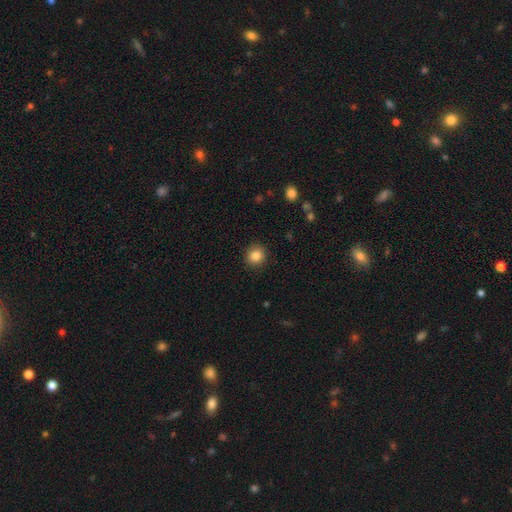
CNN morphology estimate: The model was most divided on "smooth or featured": smooth: 84%, star or artifact: 10%, featured or disk: 6%. More confident: merging — none (91%); how rounded — round (91%).